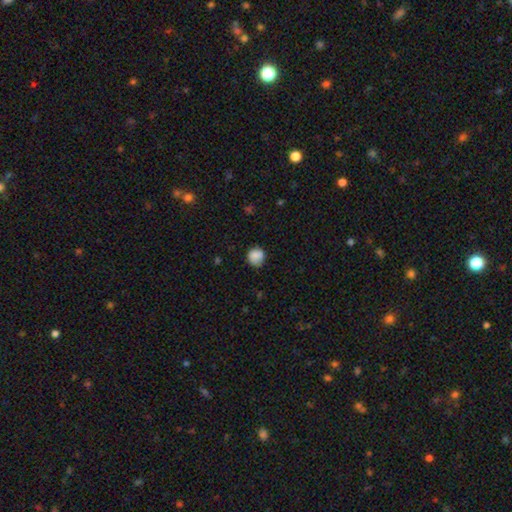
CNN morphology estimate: Overall: smooth (86%). How rounded: round (86%). Merging: none (75%).